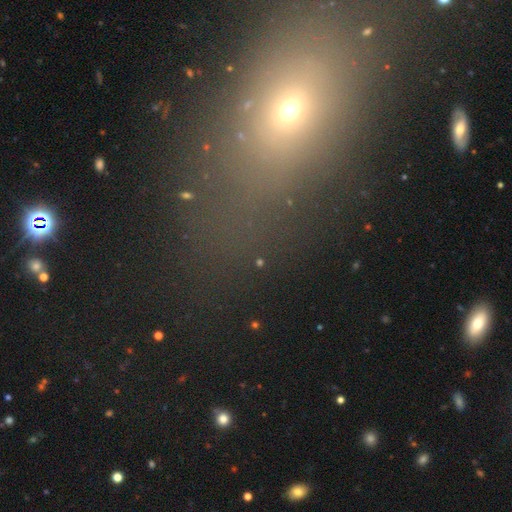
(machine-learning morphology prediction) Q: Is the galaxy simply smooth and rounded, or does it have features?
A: star or artifact — 58%.